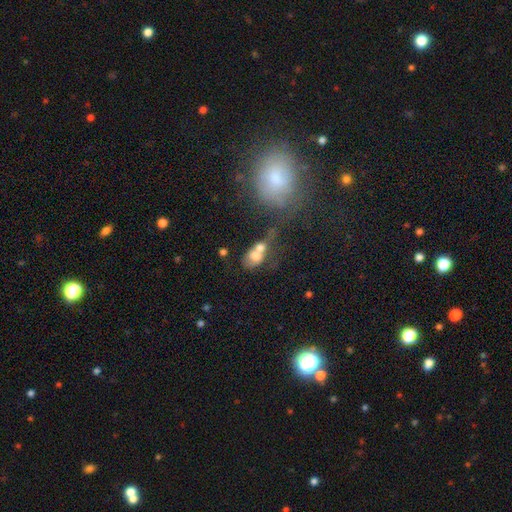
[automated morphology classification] Overall: smooth (63%; featured or disk 25%). How rounded: in between (63%; round 34%). Merging: merger (65%).